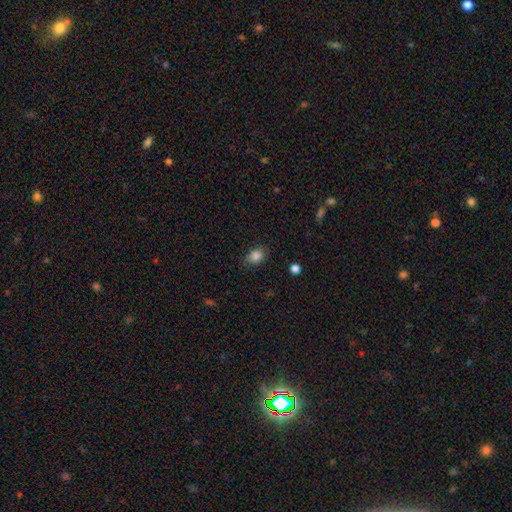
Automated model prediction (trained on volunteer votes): Smooth or featured?
  - smooth: 86% *
  - star or artifact: 10%
  - featured or disk: 5%
How rounded?
  - in between: 71% *
  - round: 28%
  - cigar-shaped: 1%
Merging?
  - none: 84% *
  - minor disturbance: 12%
  - major disturbance: 3%
  - merger: 1%